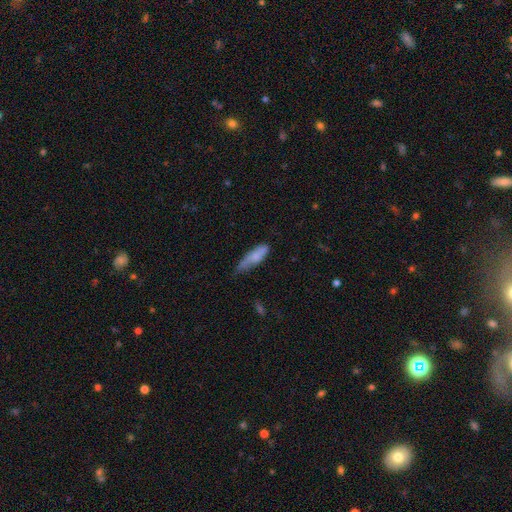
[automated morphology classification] Smooth or featured? Predicted: smooth (p=0.77). How rounded? Predicted: cigar-shaped (p=0.54). Merging? Predicted: minor disturbance (p=0.46).